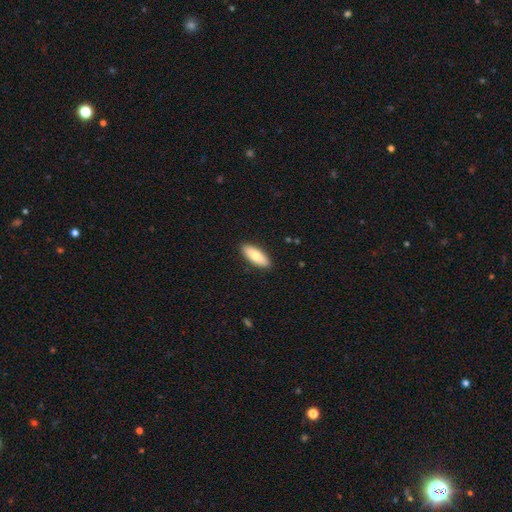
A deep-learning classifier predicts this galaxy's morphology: This appears to be a smooth galaxy with no disk features (76%) that is in between round and cigar-shaped (76%). Merging: none (90%).